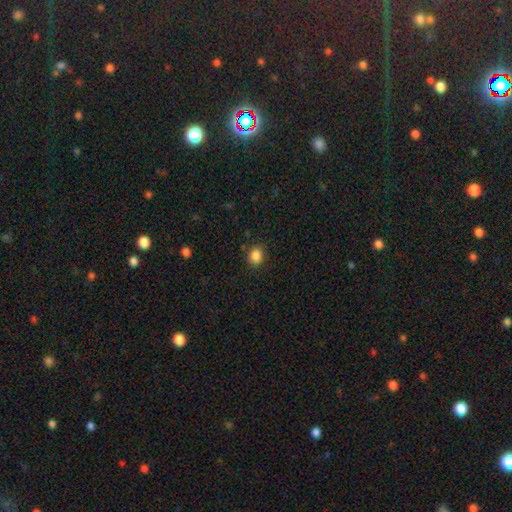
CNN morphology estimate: smooth_or_featured: smooth (p=0.86) [alt: star or artifact p=0.10]
how_rounded: round (p=0.58) [alt: in between p=0.41]
merging: none (p=0.84) [alt: minor disturbance p=0.11]